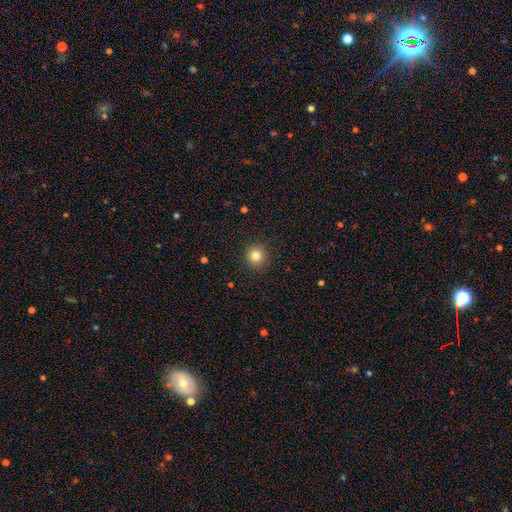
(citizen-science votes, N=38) Q: Smooth or featured?
A: smooth (95%); runner-up: featured or disk (3%)
Q: How rounded?
A: round (94%); runner-up: in between (6%)
Q: Merging?
A: none (92%); runner-up: minor disturbance (8%)